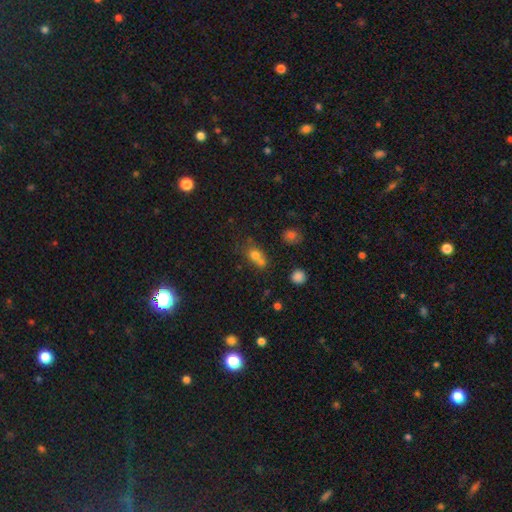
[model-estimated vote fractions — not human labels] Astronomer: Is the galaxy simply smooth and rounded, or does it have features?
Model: smooth — 70%.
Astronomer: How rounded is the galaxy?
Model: round — 65%.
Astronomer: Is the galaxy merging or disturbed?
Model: merger — 49% (runner-up: none, 36%).